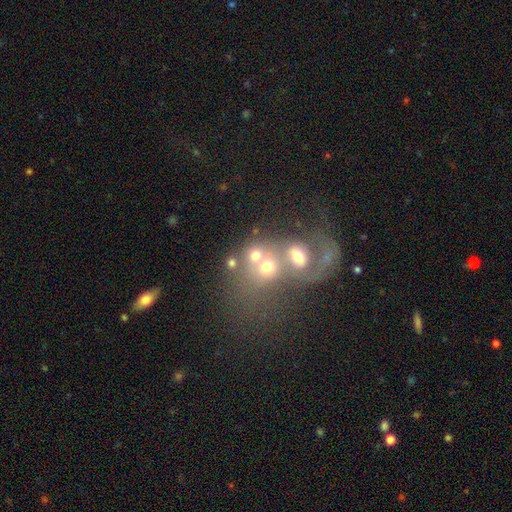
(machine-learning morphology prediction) smooth 60%, featured or disk 24%, star or artifact 16%. Down the decision tree: how rounded — round (64%); merging — merger (54%).